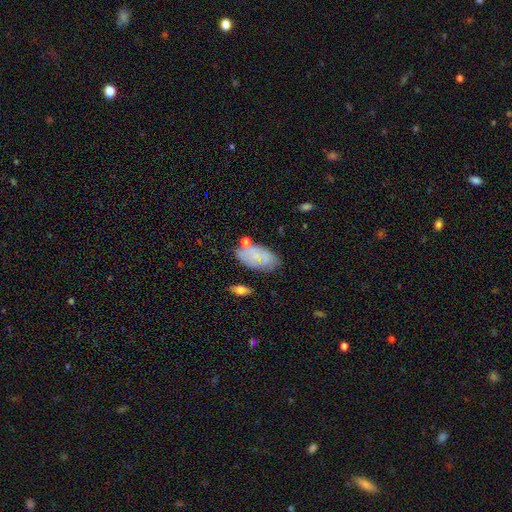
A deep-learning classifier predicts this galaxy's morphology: Overall: smooth (67%). How rounded: in between (93%). Merging: none (62%).